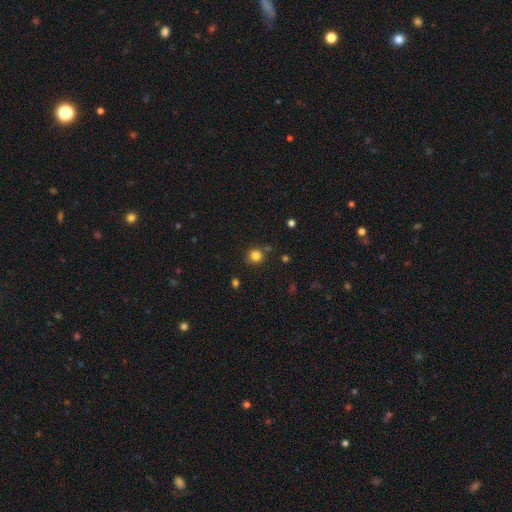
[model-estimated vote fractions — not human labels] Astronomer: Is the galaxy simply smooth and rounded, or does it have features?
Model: smooth — 82%.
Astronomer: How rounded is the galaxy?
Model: round — 90%.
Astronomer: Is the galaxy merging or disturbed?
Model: none — 79%.